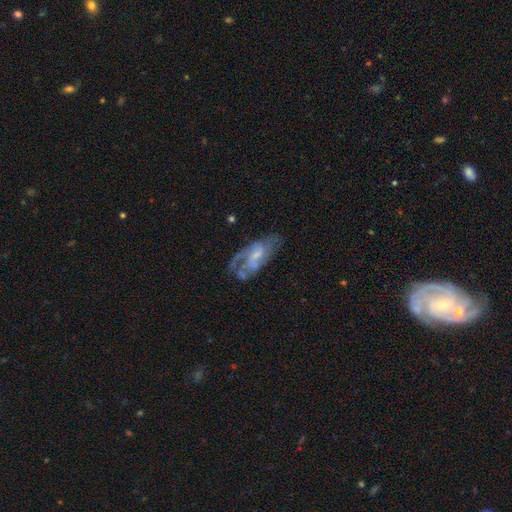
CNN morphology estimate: Smooth or featured: featured or disk — 68% (smooth — 25%)
Edge-on disk: no — 93% (yes — 7%)
Bar: no — 48% (weak — 43%)
Spiral arms: yes — 72% (no — 28%)
Bulge size: small — 45% (moderate — 35%)
Merging: none — 44% (major disturbance — 25%)